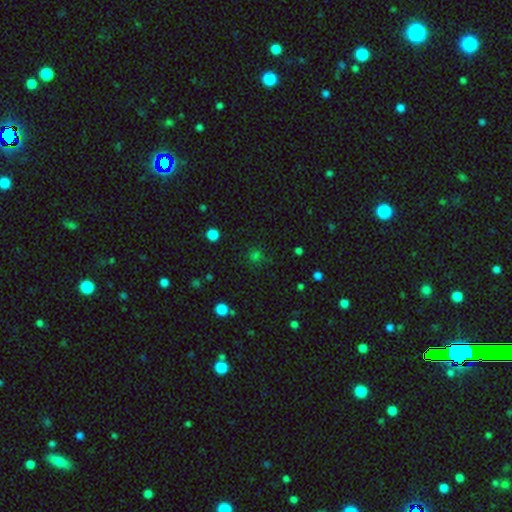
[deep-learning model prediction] smooth_or_featured: smooth (p=0.59) [alt: star or artifact p=0.36]
how_rounded: round (p=0.89) [alt: in between p=0.10]
merging: none (p=0.81) [alt: minor disturbance p=0.11]